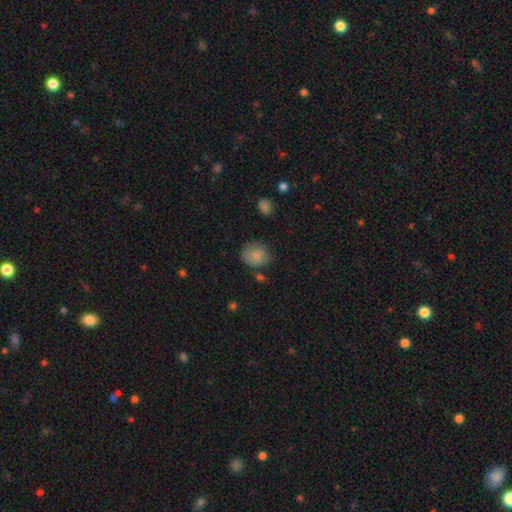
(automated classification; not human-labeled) This appears to be a smooth galaxy with no disk features (84%) that is round (73%). Merging: none (66%).